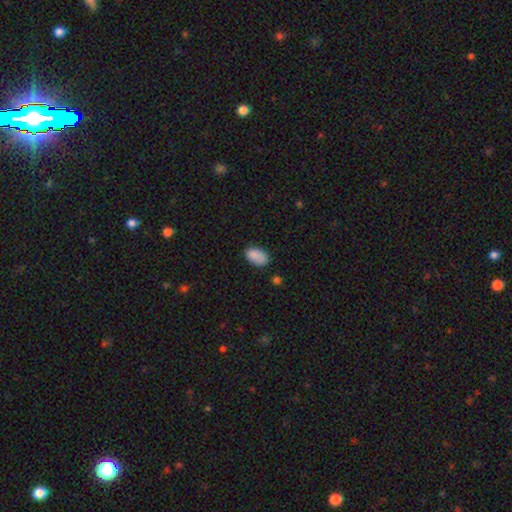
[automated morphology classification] Smooth or featured? Predicted: smooth (p=0.87). How rounded? Predicted: in between (p=0.92). Merging? Predicted: none (p=0.73).